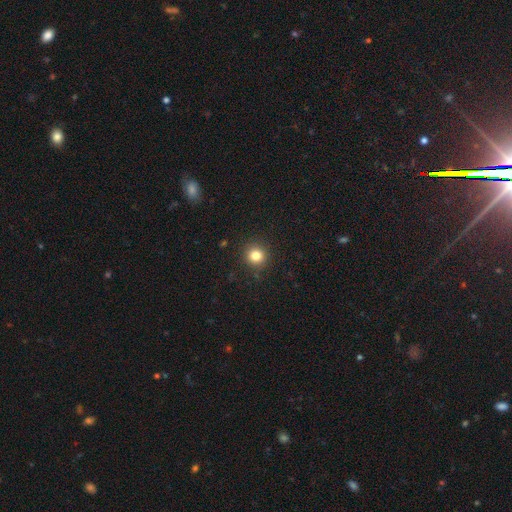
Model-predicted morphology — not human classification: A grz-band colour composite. It shows a smooth galaxy with no disk features (82%) that is round (92%). Merging: none (91%).